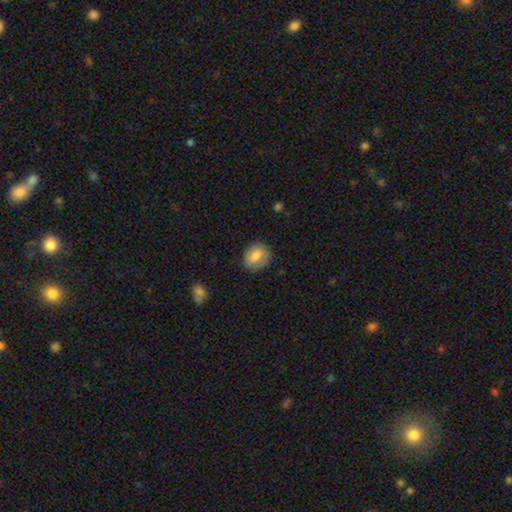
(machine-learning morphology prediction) smooth_or_featured: smooth (p=0.61) [alt: featured or disk p=0.32]
how_rounded: round (p=0.55) [alt: in between p=0.43]
merging: none (p=0.80) [alt: minor disturbance p=0.15]